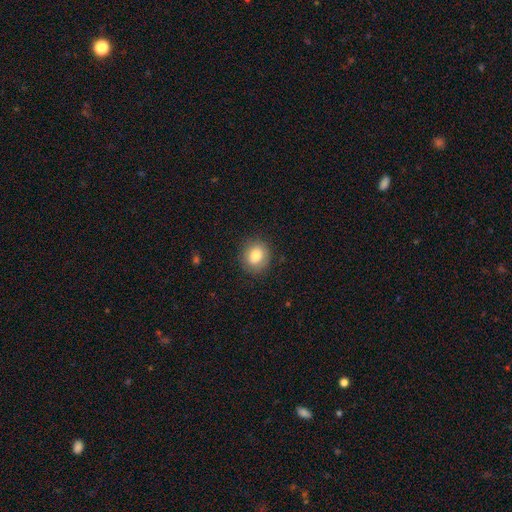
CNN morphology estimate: type=smooth (81%); roundness=round (70%); merging=none (86%).